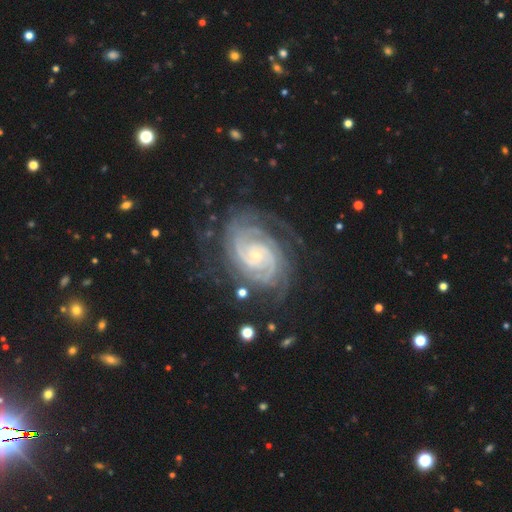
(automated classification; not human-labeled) Smooth or featured? Predicted: featured or disk (p=0.92). Edge-on disk? Predicted: no (p=0.98). Bar? Predicted: no (p=0.72). Spiral arms? Predicted: yes (p=0.99). Spiral winding? Predicted: tight (p=0.77). Spiral arm count? Predicted: 2 (p=0.41). Bulge size? Predicted: small (p=0.80). Merging? Predicted: none (p=0.71).